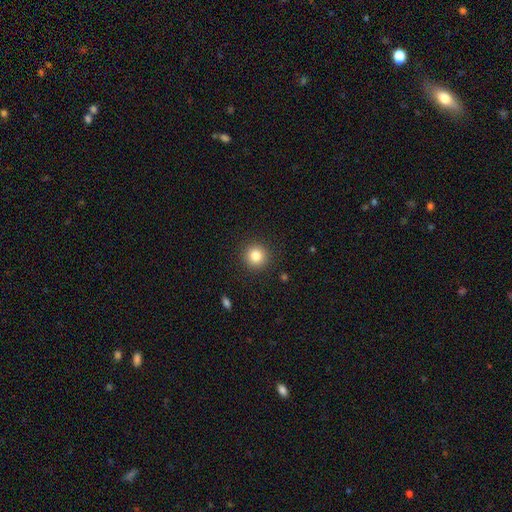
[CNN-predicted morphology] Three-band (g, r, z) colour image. It shows a smooth galaxy with no disk features (83%) that is round (94%). Merging: none (91%).